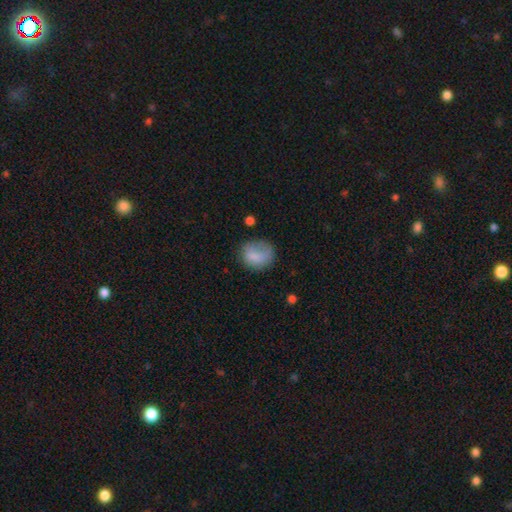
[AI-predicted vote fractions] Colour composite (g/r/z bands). It shows a smooth galaxy with no disk features (78%) that is round (54%). Merging: none (54%).